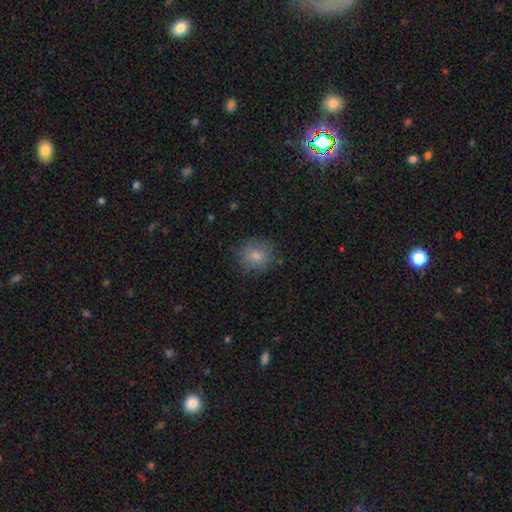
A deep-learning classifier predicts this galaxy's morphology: smooth_or_featured: smooth (p=0.80) [alt: featured or disk p=0.10]
how_rounded: round (p=0.80) [alt: in between p=0.19]
merging: none (p=0.81) [alt: minor disturbance p=0.14]